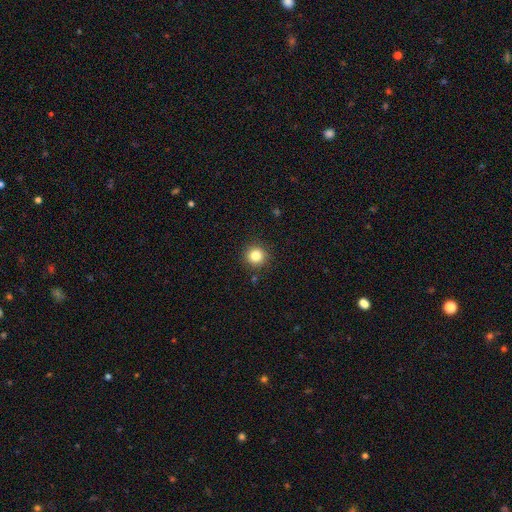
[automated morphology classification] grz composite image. It shows a smooth galaxy with no disk features (83%) that is round (94%). Merging: none (90%).